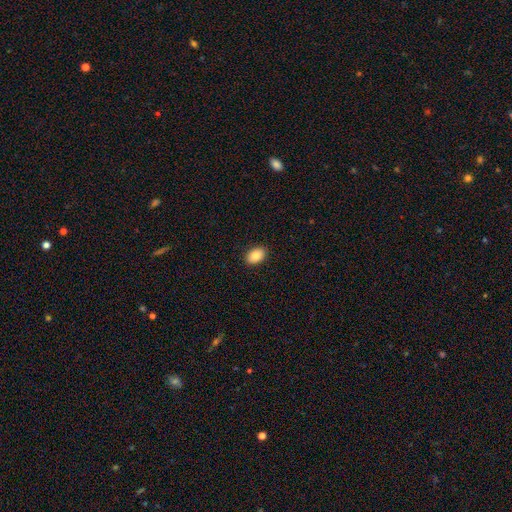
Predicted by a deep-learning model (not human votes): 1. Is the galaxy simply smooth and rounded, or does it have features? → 87% smooth, 8% star or artifact, 6% featured or disk.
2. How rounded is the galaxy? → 84% in between, 15% round, 1% cigar-shaped.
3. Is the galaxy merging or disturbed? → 90% none, 7% minor disturbance, 2% major disturbance, 1% merger.